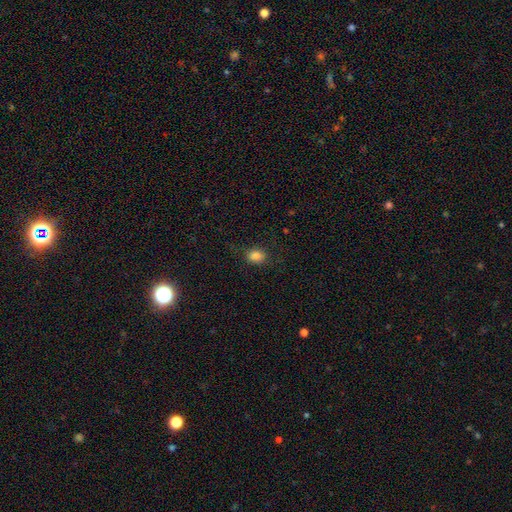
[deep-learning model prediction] This appears to be a smooth galaxy with no disk features (83%) that is round (53%). Merging: none (84%).